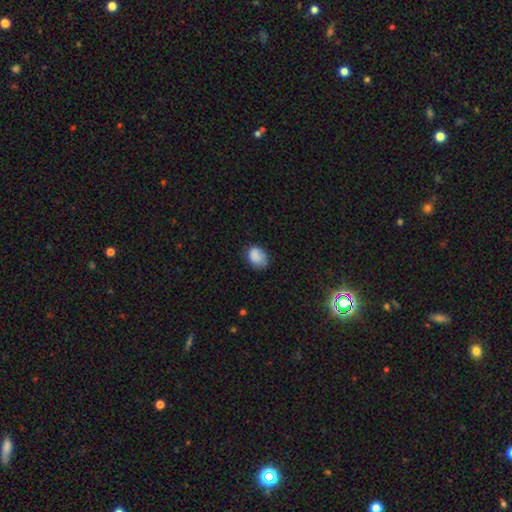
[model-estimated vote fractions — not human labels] Overall: smooth (85%). How rounded: in between (66%; round 33%). Merging: none (65%; minor disturbance 26%).